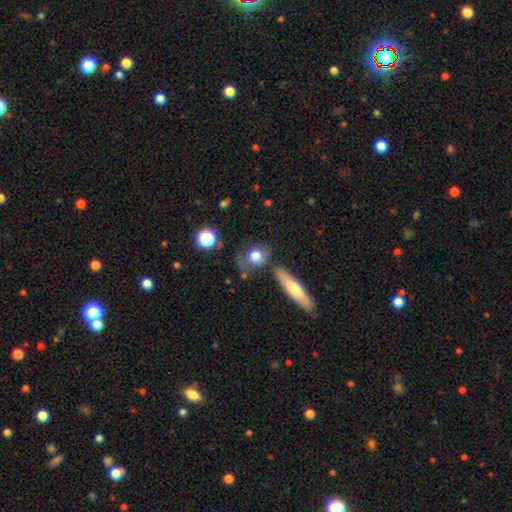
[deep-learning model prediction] Morphology: type=smooth (76%); roundness=round (65%); merging=none (59%).